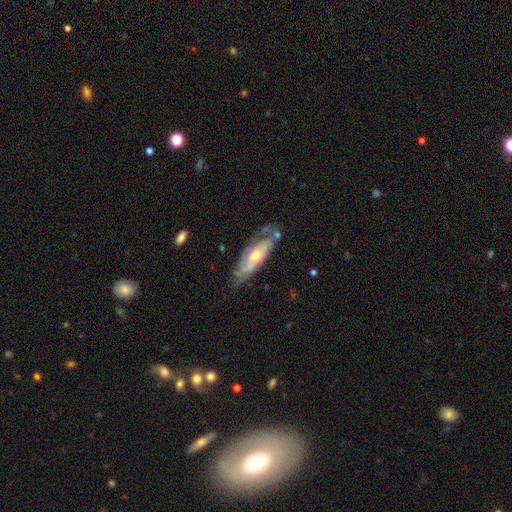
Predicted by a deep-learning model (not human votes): smooth_or_featured: featured or disk (p=0.75) [alt: smooth p=0.20]
disk_edge_on: no (p=0.78) [alt: yes p=0.22]
bar: no (p=0.68) [alt: weak p=0.24]
has_spiral_arms: yes (p=0.78) [alt: no p=0.22]
bulge_size: moderate (p=0.63) [alt: small p=0.30]
merging: none (p=0.63) [alt: minor disturbance p=0.24]